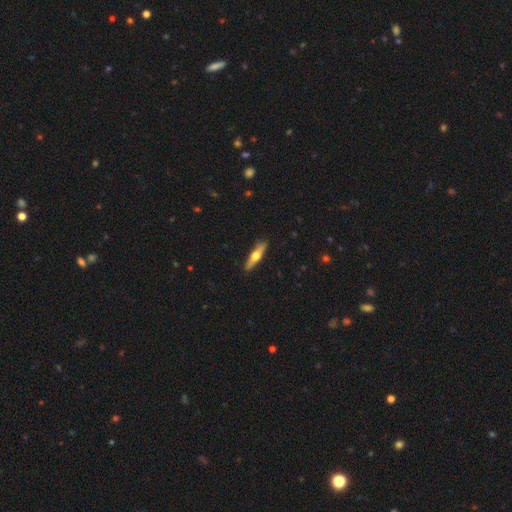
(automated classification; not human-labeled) Smooth or featured? featured or disk (55%)
Edge-on disk? yes (94%)
Edge-on bulge? rounded (94%)
Merging? none (89%)